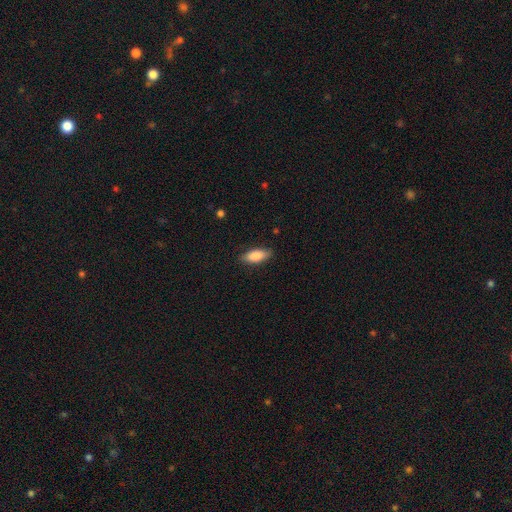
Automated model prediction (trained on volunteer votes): Smooth or featured? smooth (86%)
How rounded? in between (81%)
Merging? none (84%)